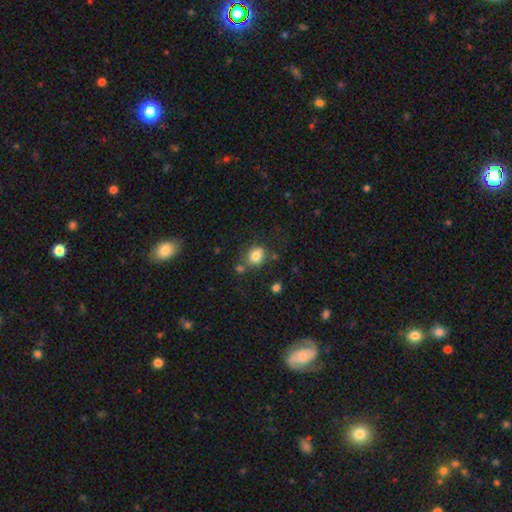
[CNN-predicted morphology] Smooth or featured? Predicted: smooth (p=0.79). How rounded? Predicted: round (p=0.58). Merging? Predicted: none (p=0.61).